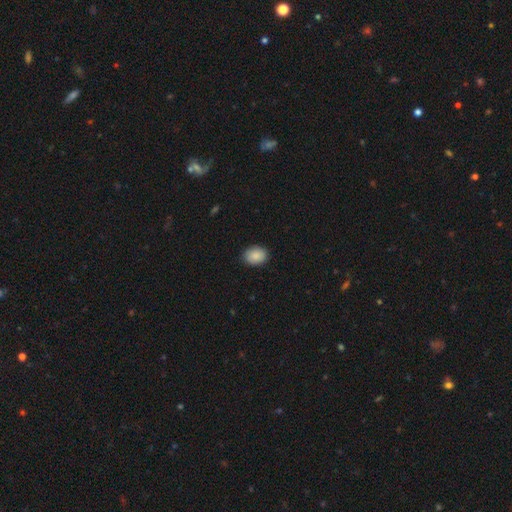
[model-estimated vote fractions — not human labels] smooth 89%, star or artifact 7%, featured or disk 4%. Down the decision tree: how rounded — in between (71%); merging — none (89%).